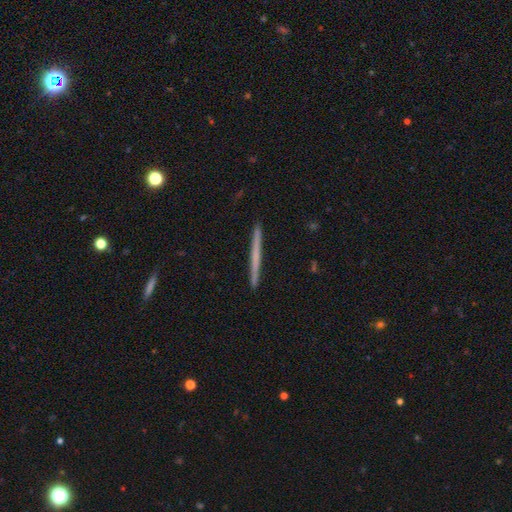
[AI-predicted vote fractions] A featured or disk galaxy (48%). Merging: none (93%).